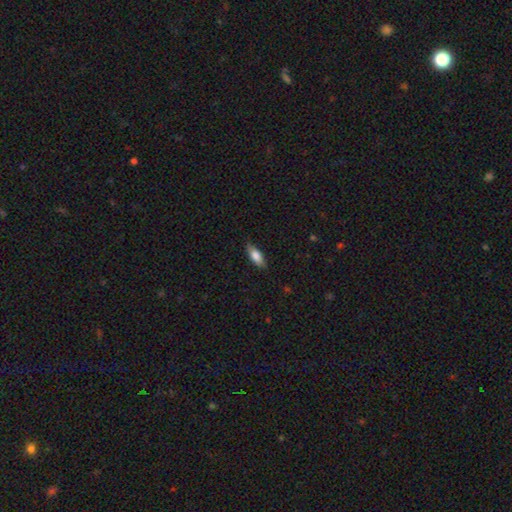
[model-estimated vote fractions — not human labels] smooth 79%, featured or disk 15%, star or artifact 6%. Down the decision tree: how rounded — in between (71%); merging — none (85%).